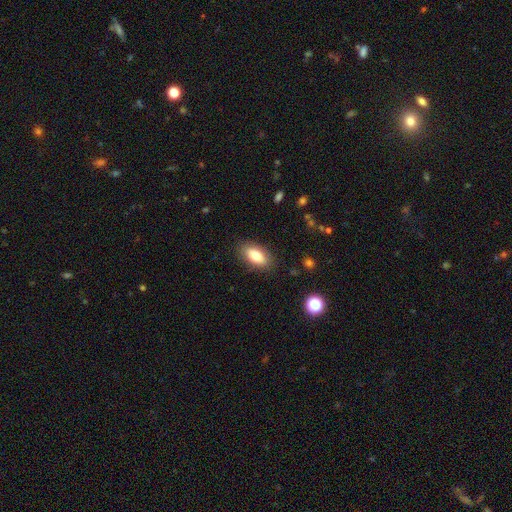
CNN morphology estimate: This appears to be a smooth galaxy with no disk features (78%) that is in between round and cigar-shaped (90%). Merging: none (86%).